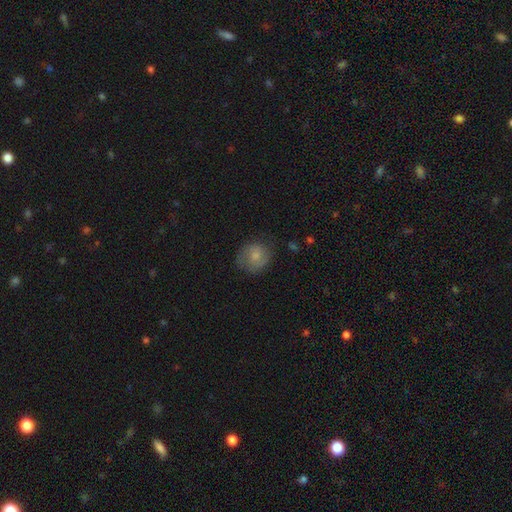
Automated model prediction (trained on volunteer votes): A smooth galaxy with no disk features (70%) that is round (74%). Merging: none (66%).